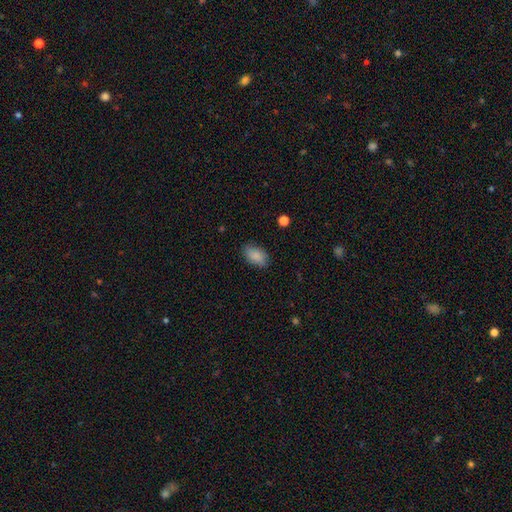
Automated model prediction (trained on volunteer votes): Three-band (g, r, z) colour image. It shows a smooth galaxy with no disk features (87%) that is in between round and cigar-shaped (92%). Merging: none (81%).